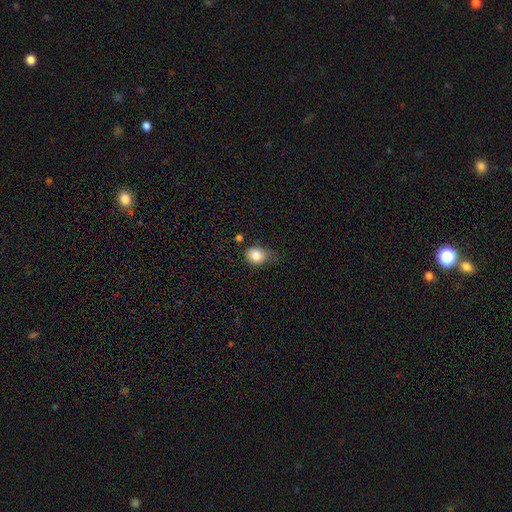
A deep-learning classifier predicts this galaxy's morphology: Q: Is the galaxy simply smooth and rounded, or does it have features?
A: smooth — 82%.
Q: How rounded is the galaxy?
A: round — 52%.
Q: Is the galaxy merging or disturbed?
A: none — 48%.